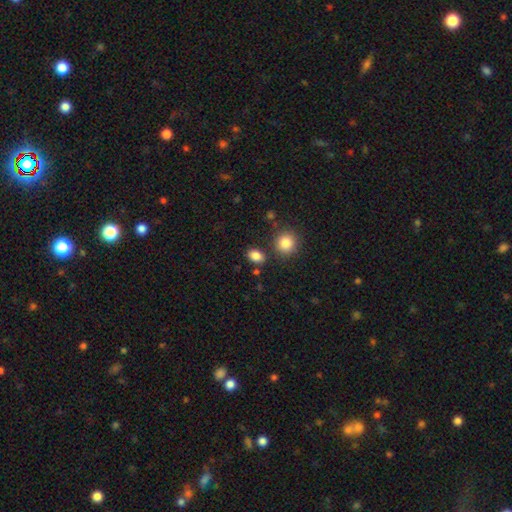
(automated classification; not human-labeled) This appears to be a smooth galaxy with no disk features (85%) that is in between round and cigar-shaped (70%). Merging: none (79%).